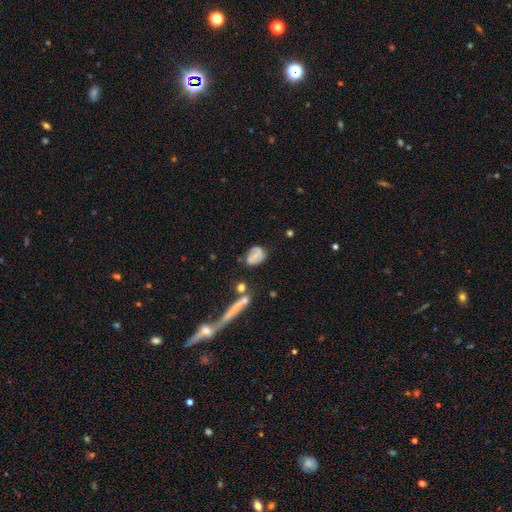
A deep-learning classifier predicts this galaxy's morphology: Overall: smooth (46%; featured or disk 45%). Merging: none (58%; minor disturbance 22%).